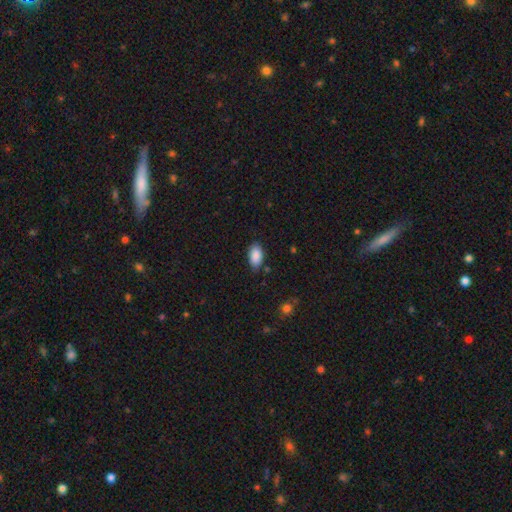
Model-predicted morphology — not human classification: Smooth or featured?
  - smooth: 89% *
  - star or artifact: 7%
  - featured or disk: 4%
How rounded?
  - in between: 94% *
  - round: 4%
  - cigar-shaped: 2%
Merging?
  - none: 82% *
  - minor disturbance: 14%
  - major disturbance: 3%
  - merger: 1%